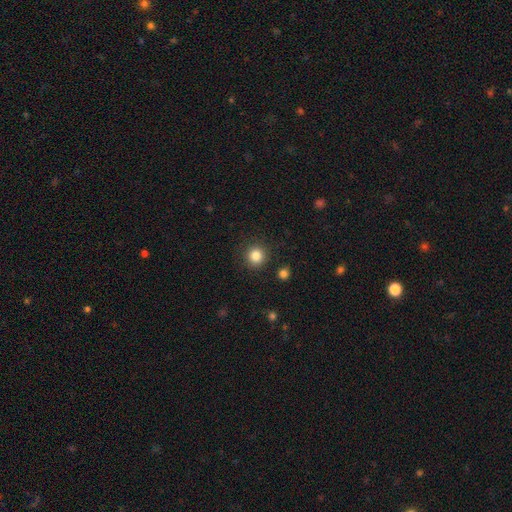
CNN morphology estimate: Smooth or featured?
  - smooth: 84% *
  - star or artifact: 11%
  - featured or disk: 5%
How rounded?
  - round: 93% *
  - in between: 6%
  - cigar-shaped: 1%
Merging?
  - none: 90% *
  - minor disturbance: 6%
  - major disturbance: 2%
  - merger: 2%